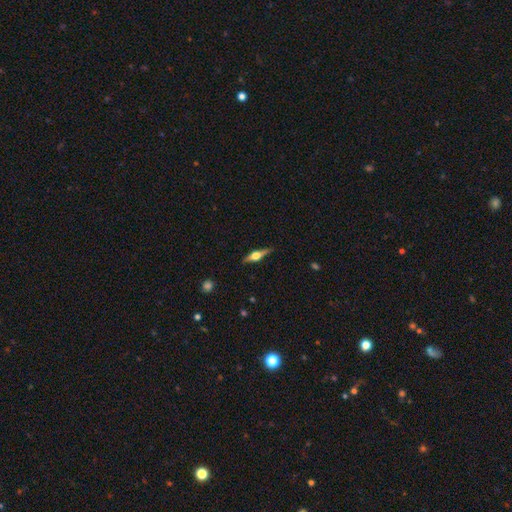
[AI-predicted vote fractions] Smooth or featured? featured or disk (69%)
Edge-on disk? yes (97%)
Edge-on bulge? rounded (92%)
Merging? none (86%)